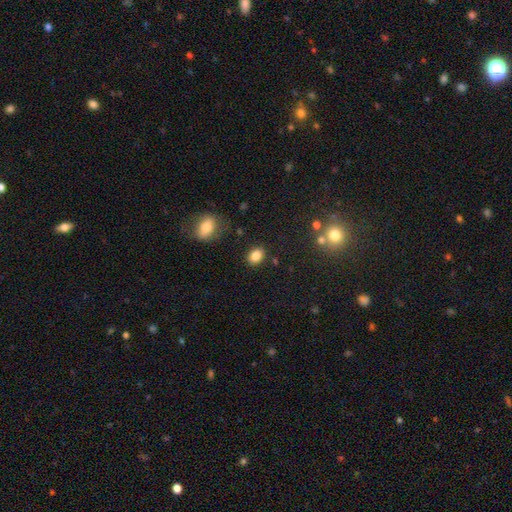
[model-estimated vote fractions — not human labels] Q: Smooth or featured?
A: smooth (84%); runner-up: star or artifact (10%)
Q: How rounded?
A: in between (69%); runner-up: round (29%)
Q: Merging?
A: none (85%); runner-up: minor disturbance (10%)